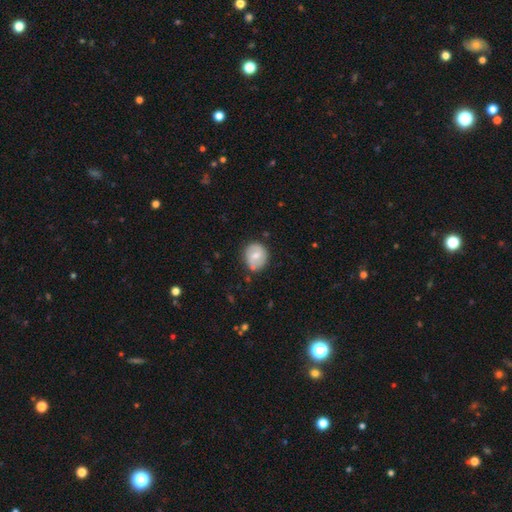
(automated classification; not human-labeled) Overall: smooth (52%; featured or disk 41%). How rounded: round (77%). Merging: none (75%).